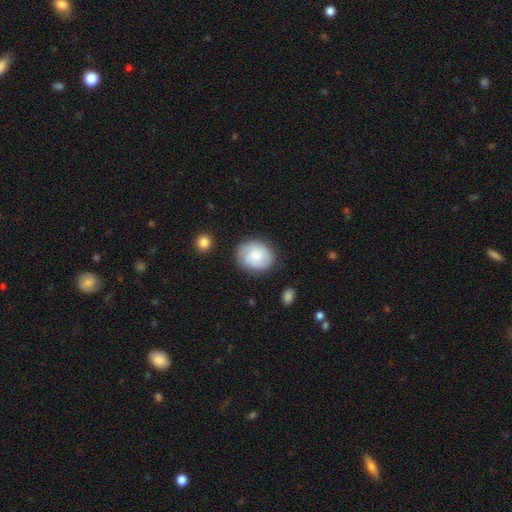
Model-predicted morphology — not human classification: This is possibly a smooth galaxy (58%). How rounded: likely round (63%). Merging: likely none (78%).